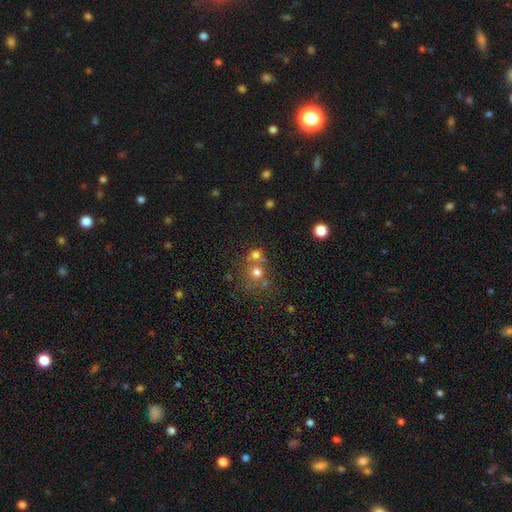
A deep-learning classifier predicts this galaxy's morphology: A smooth galaxy with no disk features (68%) that is round (81%).

Vote fractions:
- Smooth or featured? smooth: 68% / star or artifact: 18% / featured or disk: 14%
- How rounded? round: 81% / in between: 18% / cigar-shaped: 1%
- Merging? none: 45% / merger: 44% / minor disturbance: 7% / major disturbance: 4%